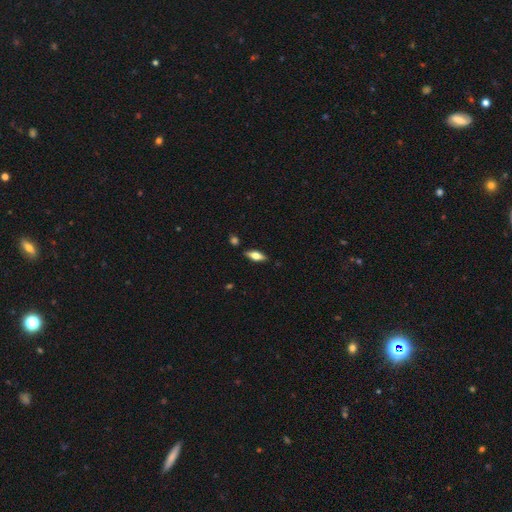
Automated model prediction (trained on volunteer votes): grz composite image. It shows a smooth galaxy with no disk features (54%) that is in between round and cigar-shaped (68%). Merging: none (86%).